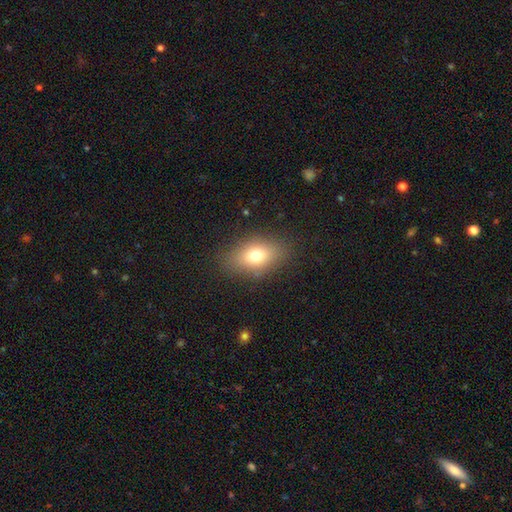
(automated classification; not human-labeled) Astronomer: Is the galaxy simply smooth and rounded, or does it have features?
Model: smooth — 75%.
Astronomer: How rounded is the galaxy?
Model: in between — 82%.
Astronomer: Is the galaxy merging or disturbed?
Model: none — 83%.